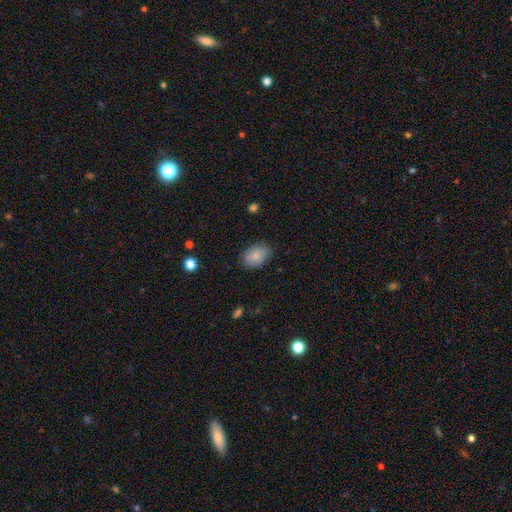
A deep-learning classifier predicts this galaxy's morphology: smooth_or_featured: smooth (p=0.86) [alt: featured or disk p=0.07]
how_rounded: in between (p=0.82) [alt: round p=0.17]
merging: none (p=0.81) [alt: minor disturbance p=0.14]